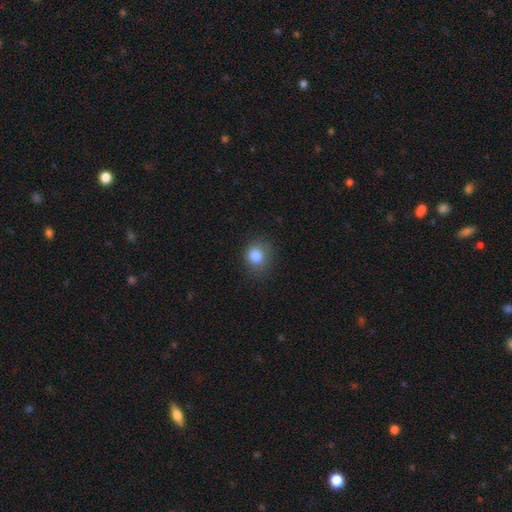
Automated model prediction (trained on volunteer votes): smooth 84%, star or artifact 10%, featured or disk 6%. Down the decision tree: how rounded — round (71%); merging — none (74%).